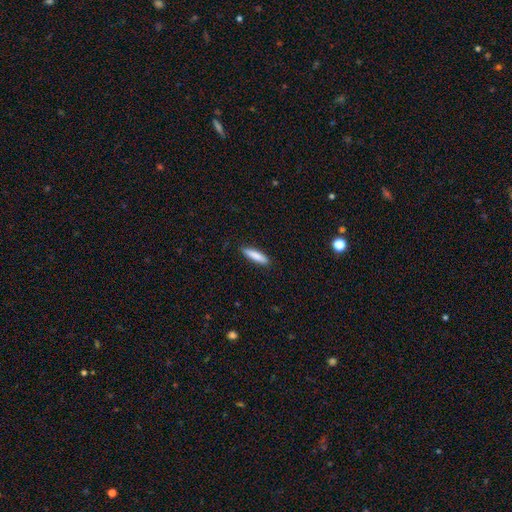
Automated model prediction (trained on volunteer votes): The model was most divided on "how rounded": cigar-shaped: 76%, in between: 22%, round: 1%. More confident: merging — none (87%); smooth or featured — smooth (83%).